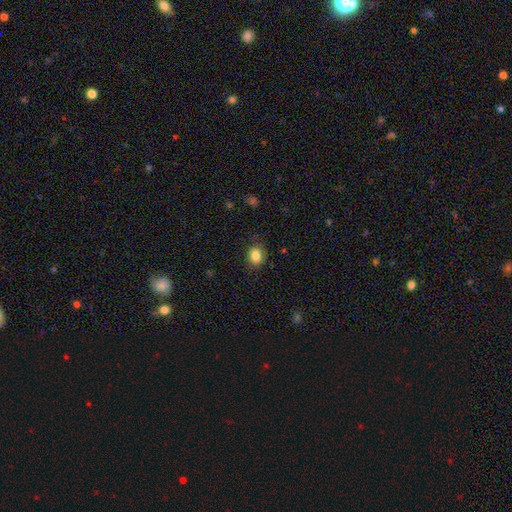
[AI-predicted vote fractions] Smooth or featured? Predicted: smooth (p=0.84). How rounded? Predicted: in between (p=0.58). Merging? Predicted: none (p=0.79).